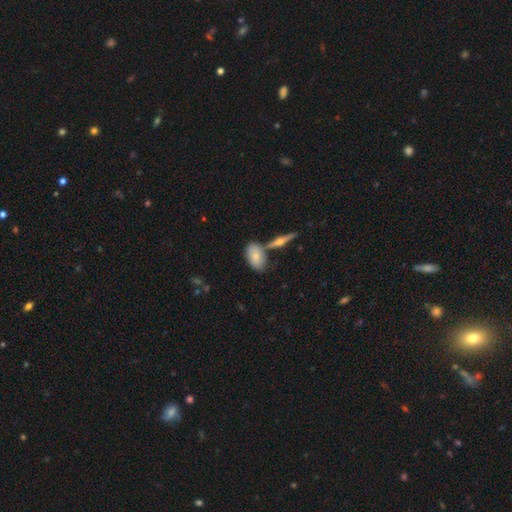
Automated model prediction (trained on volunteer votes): Smooth or featured? smooth (67%)
How rounded? in between (88%)
Merging? none (59%)